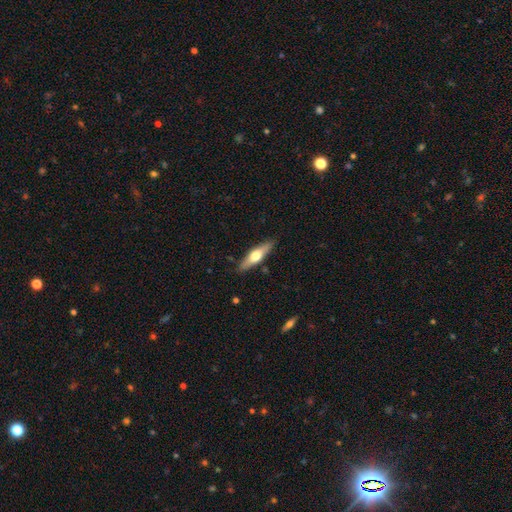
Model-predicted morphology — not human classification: This appears to be a featured or disk galaxy (49%). Merging: none (87%).